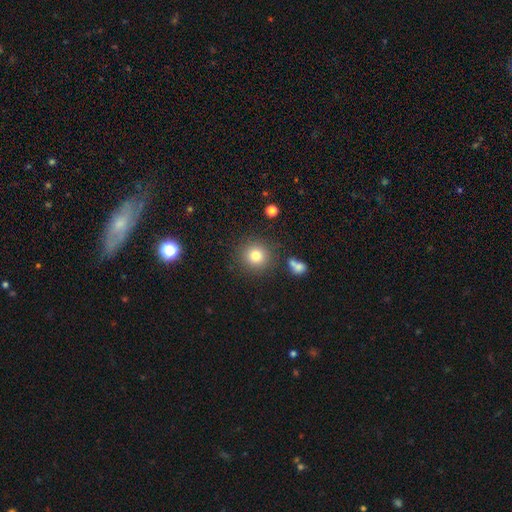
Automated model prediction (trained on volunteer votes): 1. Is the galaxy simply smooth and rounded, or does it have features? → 79% smooth, 13% star or artifact, 8% featured or disk.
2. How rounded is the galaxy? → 92% round, 7% in between, 1% cigar-shaped.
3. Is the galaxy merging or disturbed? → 85% none, 7% minor disturbance, 4% merger, 3% major disturbance.